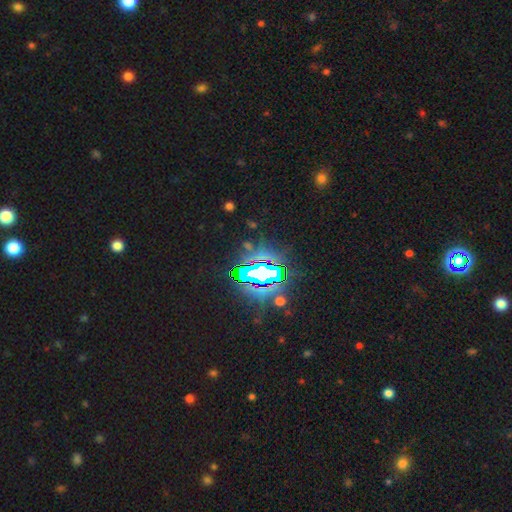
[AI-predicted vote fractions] Smooth or featured? star or artifact (83%)